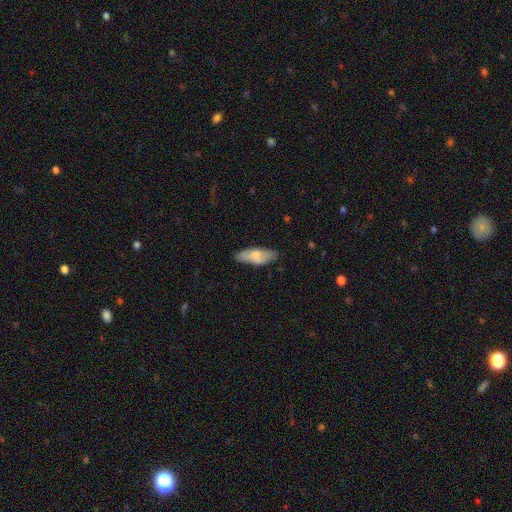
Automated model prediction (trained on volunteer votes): Overall: smooth (64%; featured or disk 30%). How rounded: in between (70%). Merging: none (75%).